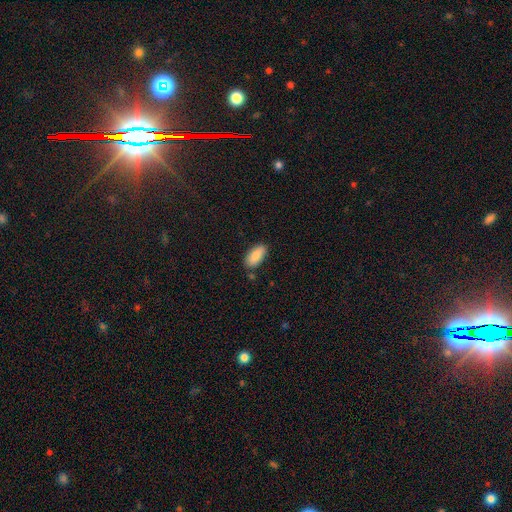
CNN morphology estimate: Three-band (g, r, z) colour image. It shows a smooth galaxy with no disk features (85%) that is in between round and cigar-shaped (92%). Merging: none (82%).